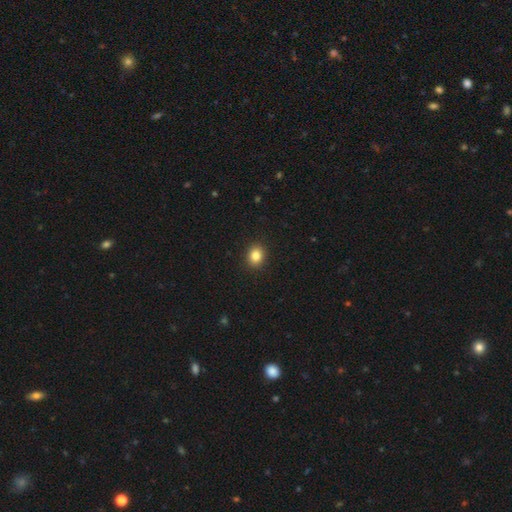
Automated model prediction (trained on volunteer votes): Overall: smooth (85%). How rounded: round (61%; in between 39%). Merging: none (91%).